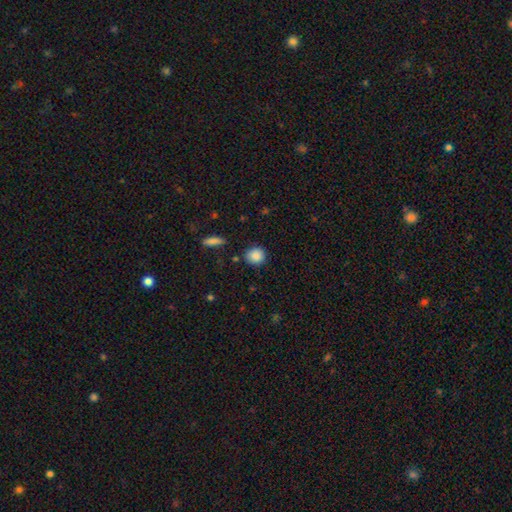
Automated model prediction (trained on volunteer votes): Smooth or featured: smooth — 88% (star or artifact — 8%)
How rounded: round — 83% (in between — 16%)
Merging: none — 85% (minor disturbance — 10%)